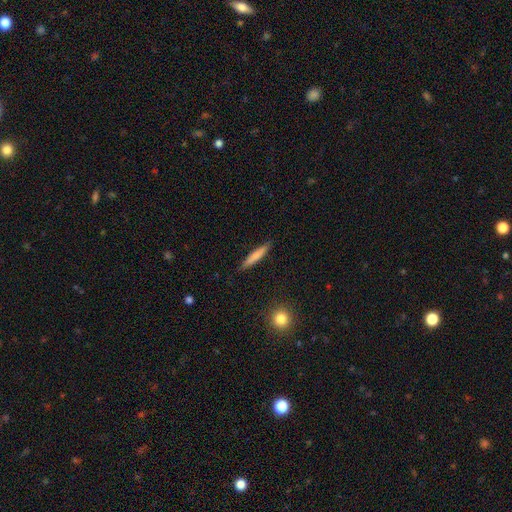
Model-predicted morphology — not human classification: smooth-or-featured: smooth: 76% | featured or disk: 18% | star or artifact: 6%
  how-rounded: cigar-shaped: 91% | in between: 7% | round: 1%
  merging: none: 88% | minor disturbance: 9% | major disturbance: 2% | merger: 1%